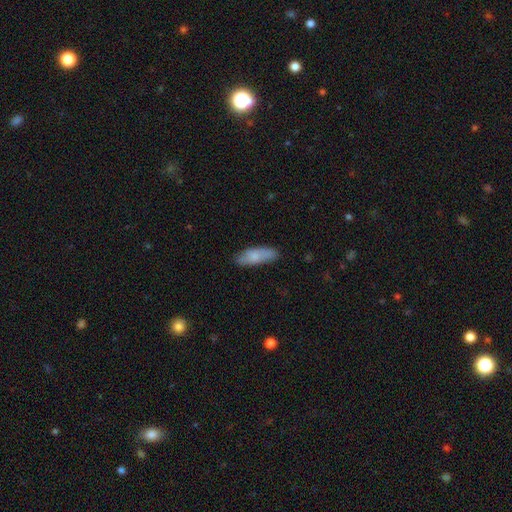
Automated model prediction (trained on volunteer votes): Q: Smooth or featured?
A: smooth (78%); runner-up: featured or disk (16%)
Q: How rounded?
A: in between (58%); runner-up: cigar-shaped (40%)
Q: Merging?
A: none (79%); runner-up: minor disturbance (16%)